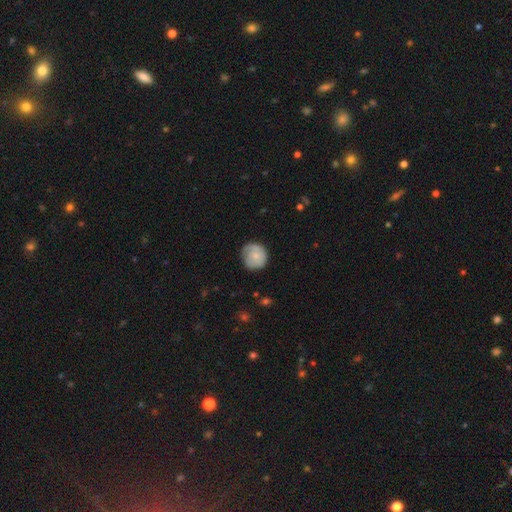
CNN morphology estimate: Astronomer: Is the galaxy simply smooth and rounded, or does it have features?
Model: smooth — 58% (runner-up: featured or disk, 35%).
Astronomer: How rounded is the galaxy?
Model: round — 88%.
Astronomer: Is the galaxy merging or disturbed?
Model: none — 64%.